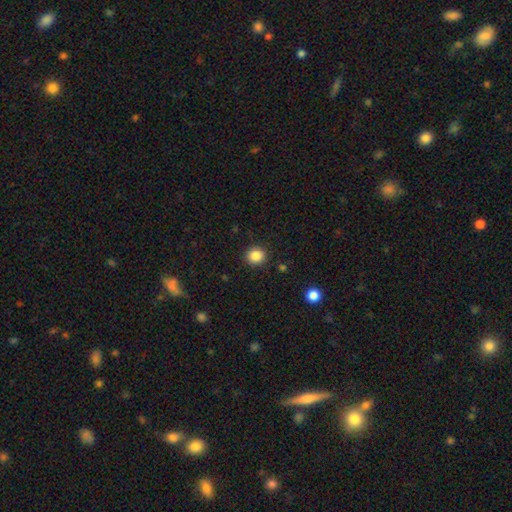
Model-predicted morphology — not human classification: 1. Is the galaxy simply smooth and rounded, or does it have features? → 86% smooth, 10% star or artifact, 4% featured or disk.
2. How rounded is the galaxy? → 81% round, 18% in between, 1% cigar-shaped.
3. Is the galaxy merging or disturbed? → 90% none, 7% minor disturbance, 2% major disturbance, 1% merger.